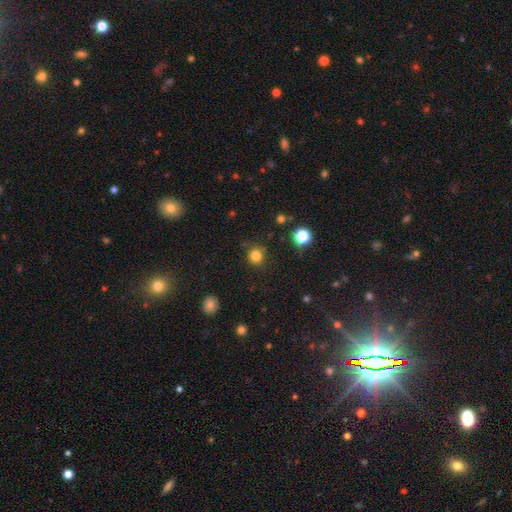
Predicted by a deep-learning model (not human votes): Smooth or featured? smooth (82%)
How rounded? round (92%)
Merging? none (85%)